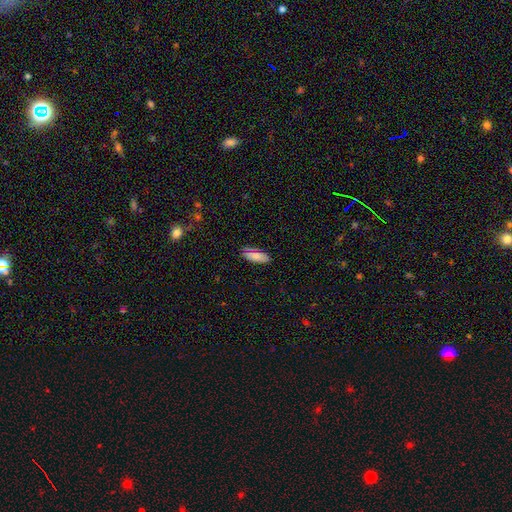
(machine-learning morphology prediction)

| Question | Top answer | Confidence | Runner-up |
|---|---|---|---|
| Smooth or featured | smooth | 81% | featured or disk (10%) |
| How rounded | in between | 79% | cigar-shaped (18%) |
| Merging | none | 83% | minor disturbance (13%) |